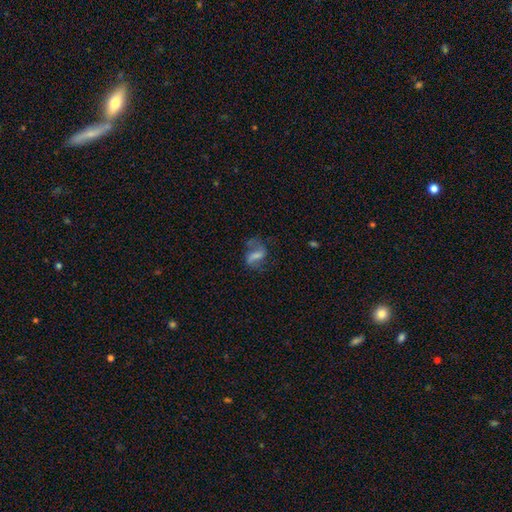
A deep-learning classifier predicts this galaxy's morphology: Overall: featured or disk (58%; smooth 32%). Edge-on disk: no (96%). Bar: strong (43%; weak 36%). Spiral arms: yes (74%). Bulge size: none (35%; small 32%). Merging: none (49%; major disturbance 25%).